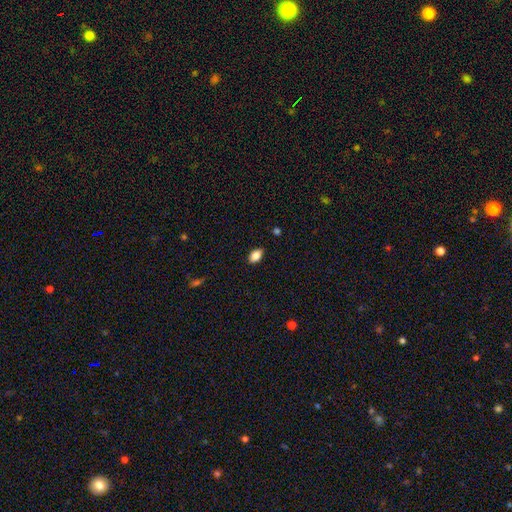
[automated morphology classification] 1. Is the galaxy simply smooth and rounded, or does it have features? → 84% smooth, 9% star or artifact, 7% featured or disk.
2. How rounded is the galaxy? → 87% in between, 10% round, 2% cigar-shaped.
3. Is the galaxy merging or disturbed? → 86% none, 11% minor disturbance, 2% major disturbance, 1% merger.